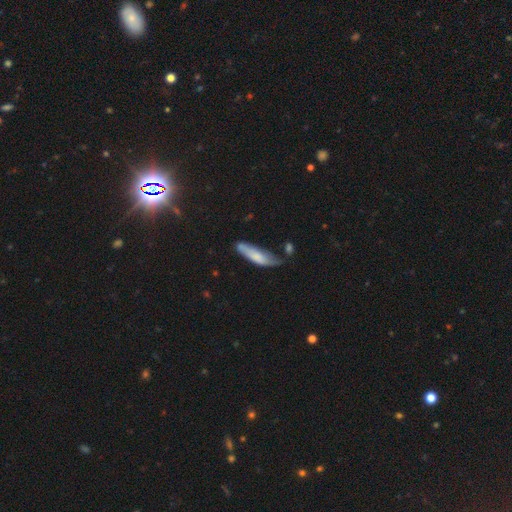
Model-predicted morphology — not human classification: A smooth galaxy with no disk features (71%) that is cigar-shaped (65%).

Vote fractions:
- Smooth or featured? smooth: 71% / featured or disk: 23% / star or artifact: 6%
- How rounded? cigar-shaped: 65% / in between: 33% / round: 2%
- Merging? none: 42% / minor disturbance: 36% / major disturbance: 12% / merger: 9%